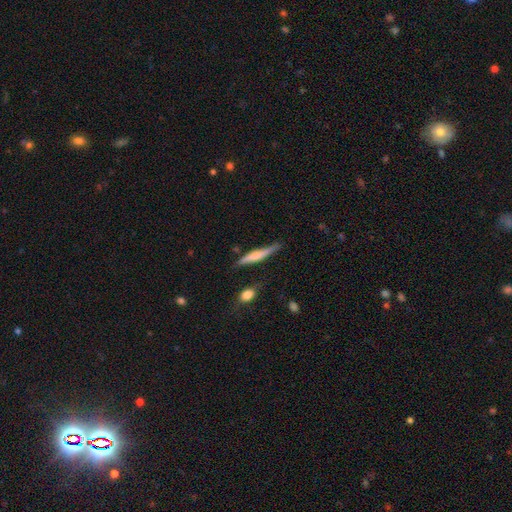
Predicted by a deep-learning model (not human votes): smooth-or-featured: featured or disk: 48% | smooth: 46% | star or artifact: 6%
  merging: none: 73% | minor disturbance: 19% | major disturbance: 4% | merger: 4%